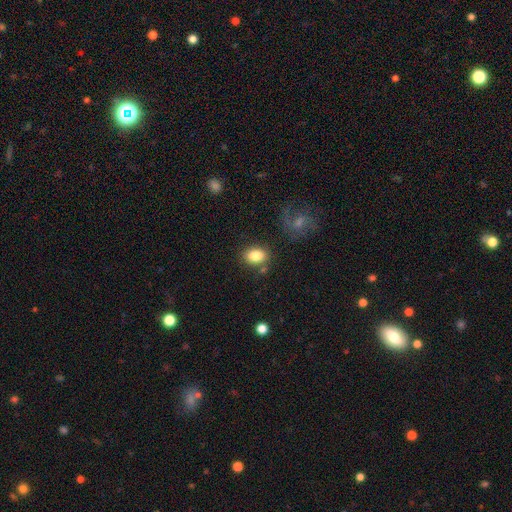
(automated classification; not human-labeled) The model was most divided on "how rounded": in between: 71%, round: 28%, cigar-shaped: 1%. More confident: smooth or featured — smooth (84%); merging — none (78%).